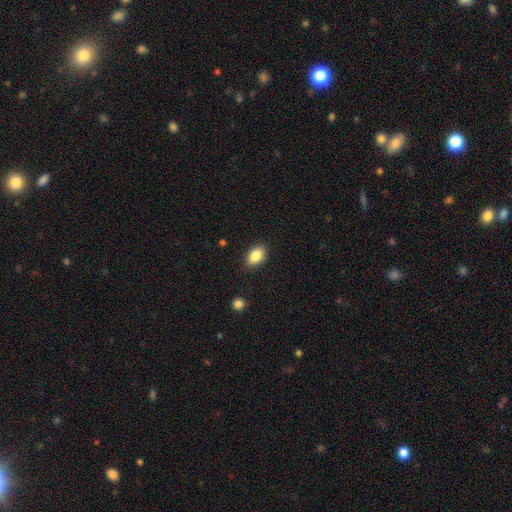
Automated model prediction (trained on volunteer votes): Smooth or featured? smooth (85%)
How rounded? in between (87%)
Merging? none (88%)